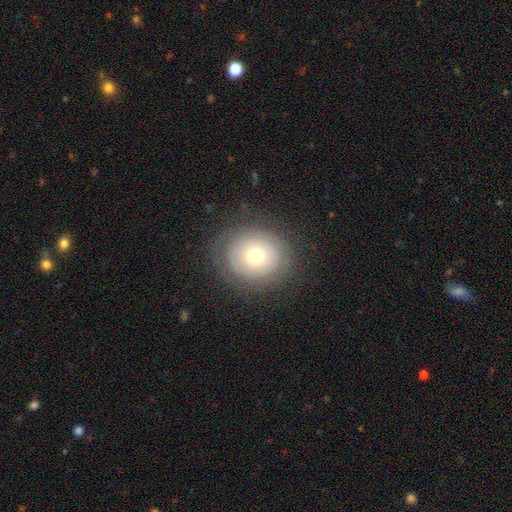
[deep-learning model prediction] A smooth galaxy with no disk features (56%) that is round (81%). Merging: none (81%).